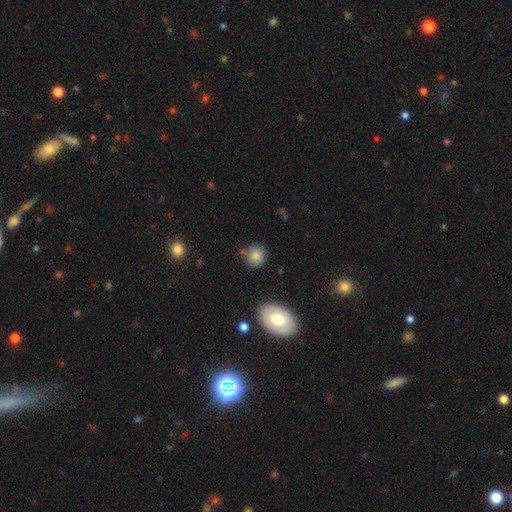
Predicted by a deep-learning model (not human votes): smooth-or-featured: smooth: 82% | star or artifact: 10% | featured or disk: 9%
  how-rounded: round: 83% | in between: 16% | cigar-shaped: 1%
  merging: none: 73% | minor disturbance: 16% | merger: 6% | major disturbance: 4%